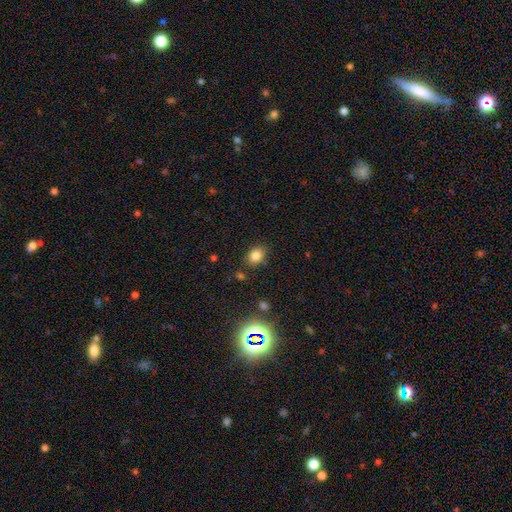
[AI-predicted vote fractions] smooth 80%, star or artifact 13%, featured or disk 7%. Down the decision tree: how rounded — in between (56%); merging — none (82%).